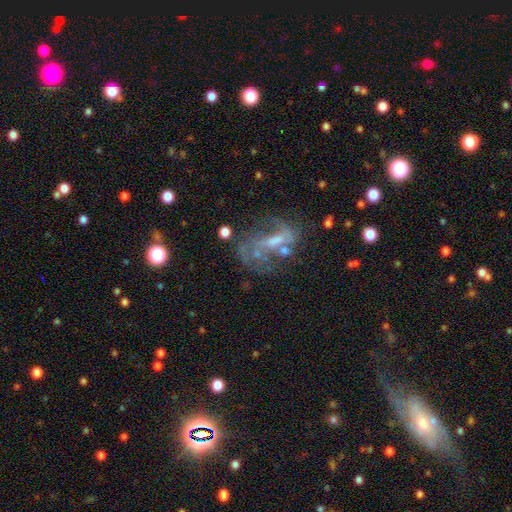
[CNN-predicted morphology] This appears to be a featured or disk galaxy (59%) with no bar (42%), spiral arms (58%) and a small central bulge (52%). Merging: none (42%).